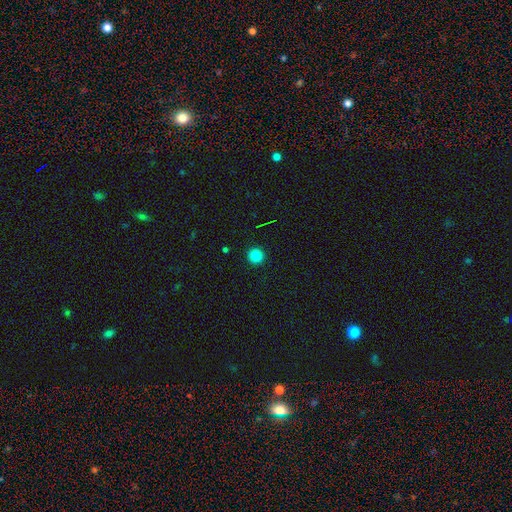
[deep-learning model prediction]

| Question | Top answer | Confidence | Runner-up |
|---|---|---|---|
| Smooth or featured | smooth | 83% | star or artifact (12%) |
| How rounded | round | 96% | in between (3%) |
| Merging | none | 93% | minor disturbance (4%) |